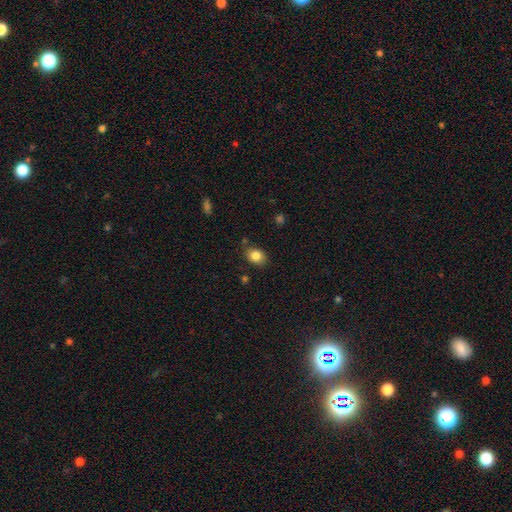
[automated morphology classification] smooth 84%, star or artifact 9%, featured or disk 7%. Down the decision tree: how rounded — in between (56%); merging — none (78%).